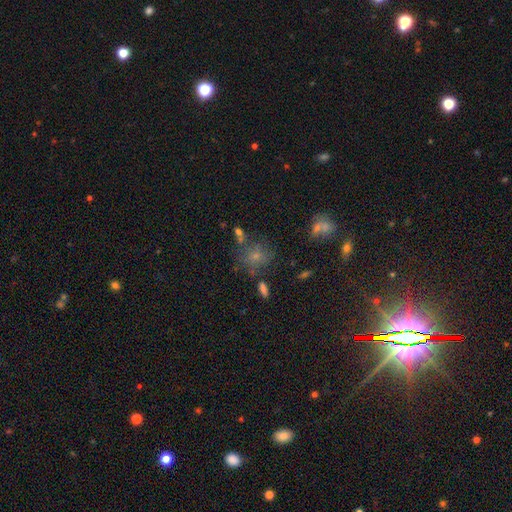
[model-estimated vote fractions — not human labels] smooth 60%, featured or disk 20%, star or artifact 20%. Down the decision tree: how rounded — round (61%); merging — none (57%).